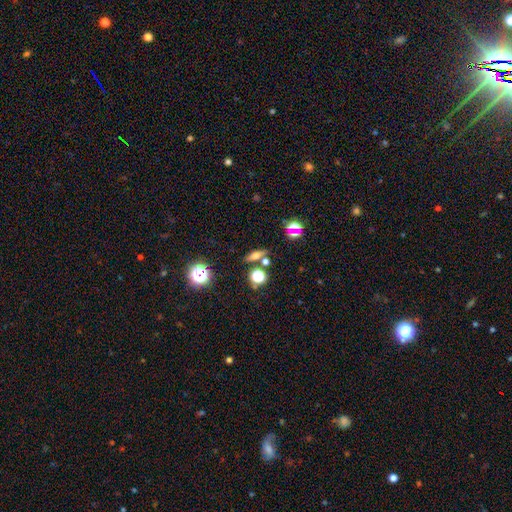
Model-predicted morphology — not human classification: smooth_or_featured: smooth (p=0.49) [alt: featured or disk p=0.31]
merging: none (p=0.76) [alt: minor disturbance p=0.11]